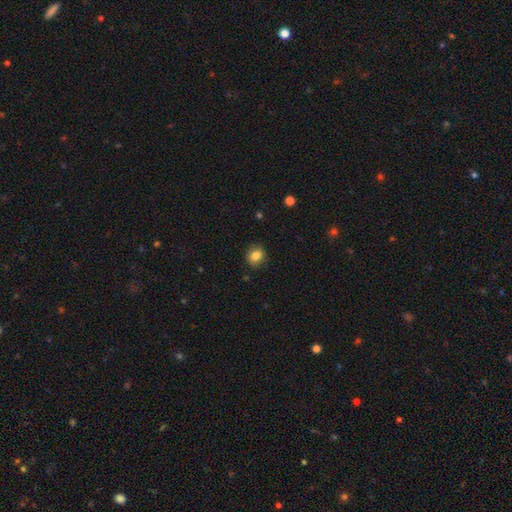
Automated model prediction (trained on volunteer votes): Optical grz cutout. It shows a smooth galaxy with no disk features (83%) that is round (71%). Merging: none (86%).